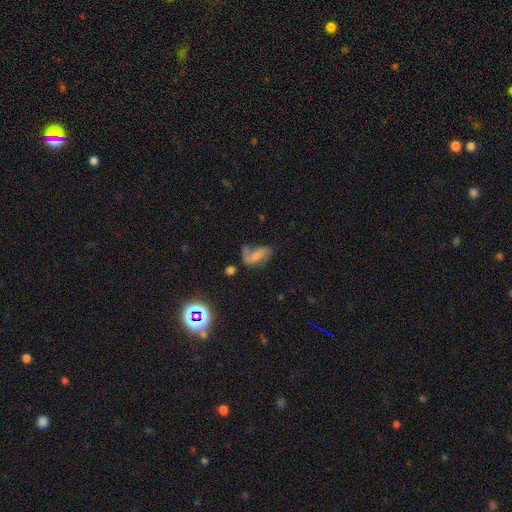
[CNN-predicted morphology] smooth-or-featured: smooth: 44% (tied) | featured or disk: 44% (tied) | star or artifact: 13%
  merging: none: 33% | major disturbance: 32% | minor disturbance: 23% | merger: 12%